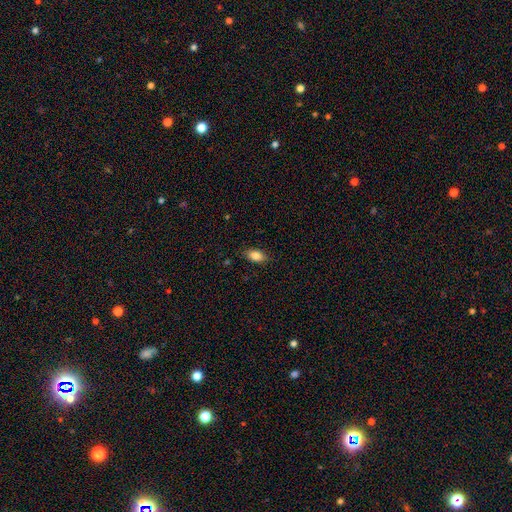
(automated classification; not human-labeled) This appears to be a smooth galaxy with no disk features (84%) that is in between round and cigar-shaped (89%). Merging: none (85%).